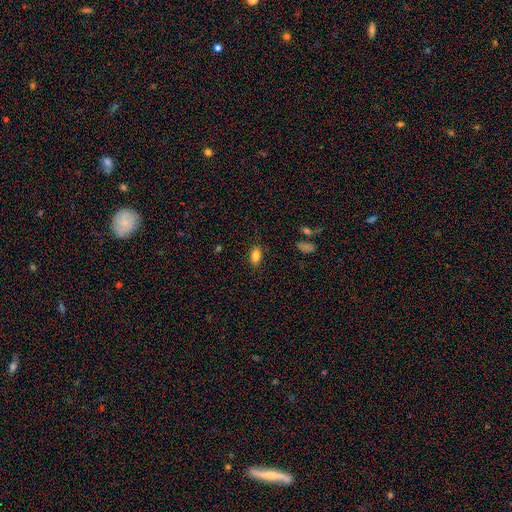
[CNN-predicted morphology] A smooth galaxy with no disk features (82%) that is in between round and cigar-shaped (87%).

Vote fractions:
- Smooth or featured? smooth: 82% / star or artifact: 9% / featured or disk: 9%
- How rounded? in between: 87% / round: 8% / cigar-shaped: 4%
- Merging? none: 85% / minor disturbance: 11% / major disturbance: 3% / merger: 1%